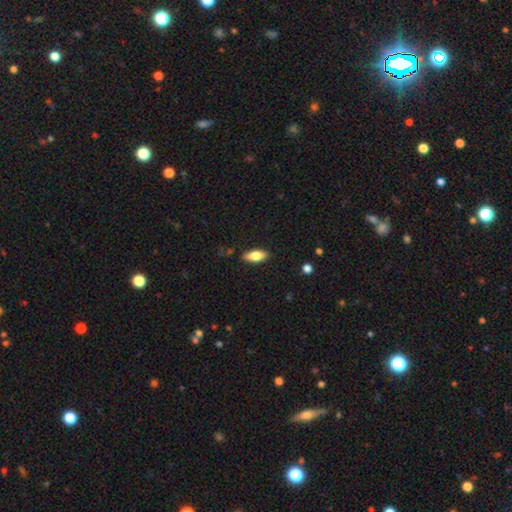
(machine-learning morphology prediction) A smooth galaxy with no disk features (73%) that is in between round and cigar-shaped (79%).

Vote fractions:
- Smooth or featured? smooth: 73% / featured or disk: 21% / star or artifact: 6%
- How rounded? in between: 79% / cigar-shaped: 18% / round: 3%
- Merging? none: 86% / minor disturbance: 11% / major disturbance: 2% / merger: 1%